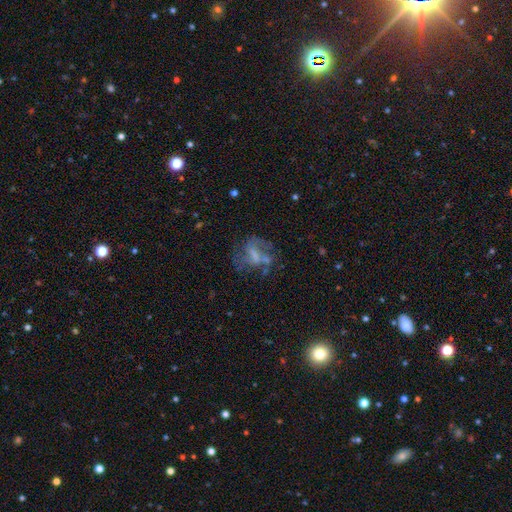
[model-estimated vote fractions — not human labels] A featured or disk galaxy (56%) with no bar (42%), no spiral arms (52%) and no central bulge (44%). Merging: none (39%).